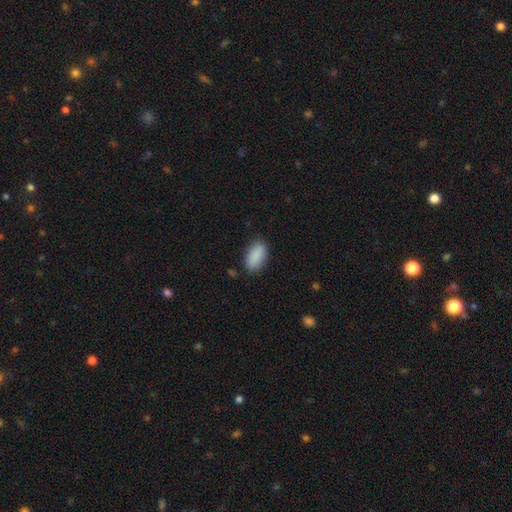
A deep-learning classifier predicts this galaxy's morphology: Q: Smooth or featured?
A: smooth (90%); runner-up: star or artifact (7%)
Q: How rounded?
A: in between (92%); runner-up: cigar-shaped (5%)
Q: Merging?
A: none (84%); runner-up: minor disturbance (12%)